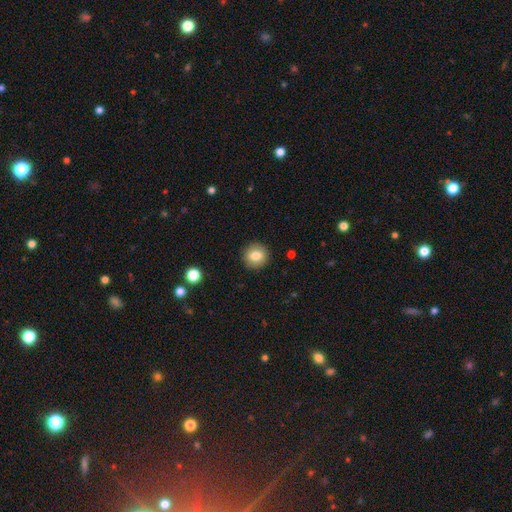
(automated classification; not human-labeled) Overall: smooth (81%). How rounded: round (90%). Merging: none (91%).